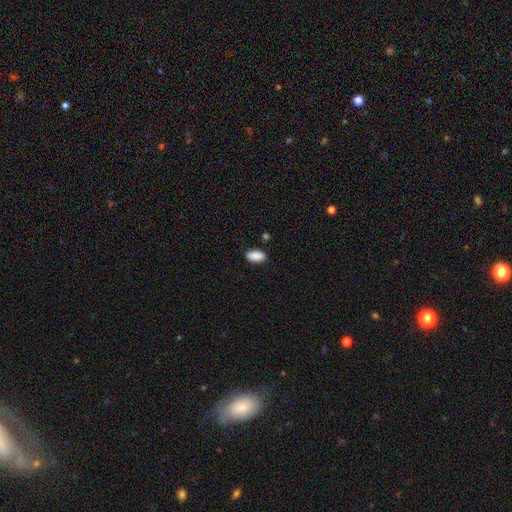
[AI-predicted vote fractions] Smooth or featured? smooth (90%)
How rounded? in between (92%)
Merging? none (85%)